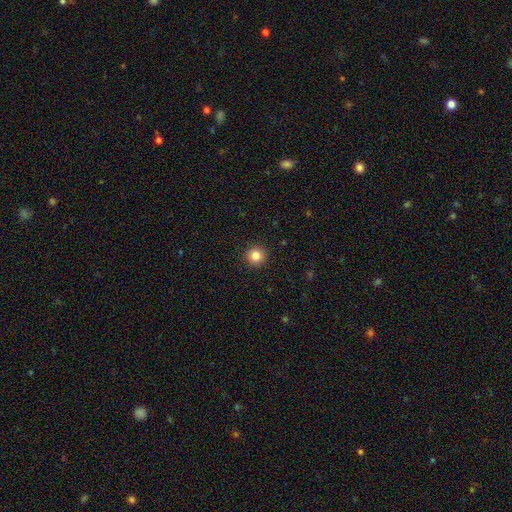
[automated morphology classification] Overall: smooth (84%). How rounded: round (95%). Merging: none (93%).